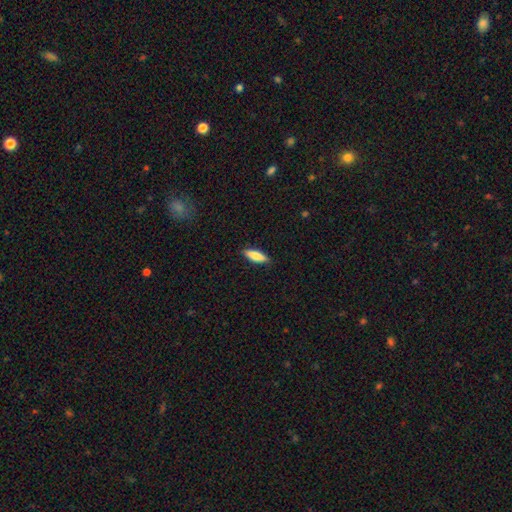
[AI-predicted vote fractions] This appears to be a smooth galaxy with no disk features (80%) that is cigar-shaped (49%, tied with in between). Merging: none (88%).